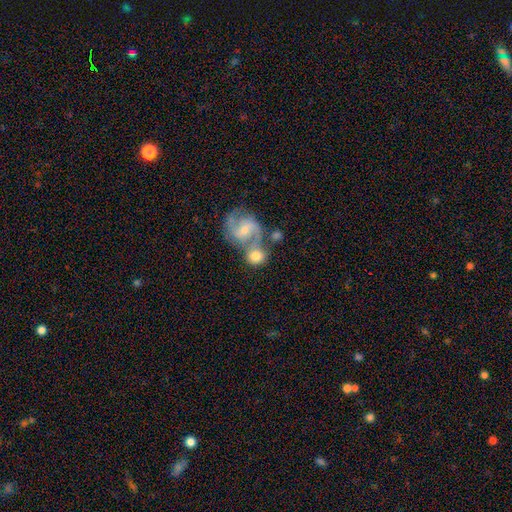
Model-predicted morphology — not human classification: Q: Smooth or featured?
A: smooth (51%); runner-up: featured or disk (42%)
Q: How rounded?
A: round (80%); runner-up: in between (19%)
Q: Merging?
A: merger (43%); runner-up: none (42%)